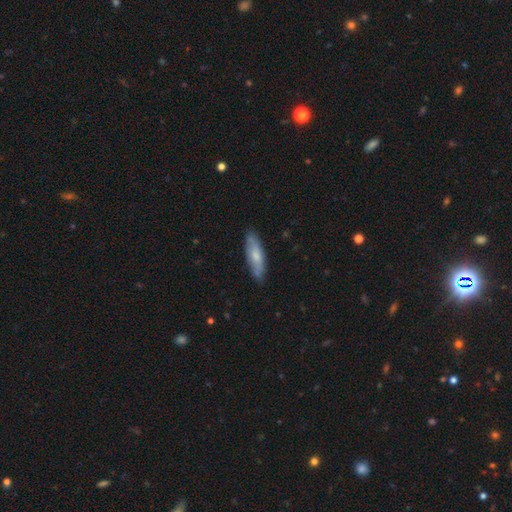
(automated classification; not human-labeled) smooth_or_featured: smooth (p=0.67) [alt: featured or disk p=0.27]
how_rounded: cigar-shaped (p=0.58) [alt: in between p=0.40]
merging: none (p=0.83) [alt: minor disturbance p=0.14]